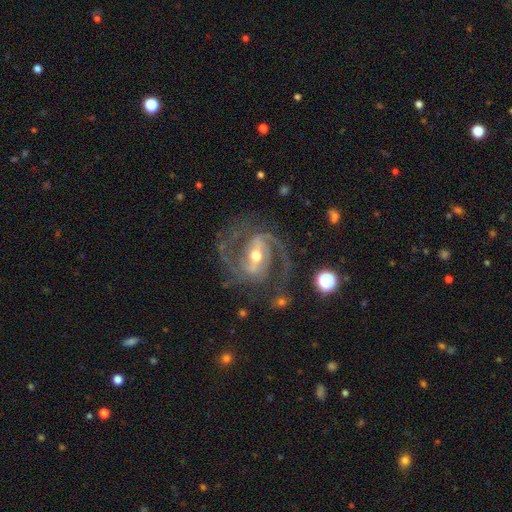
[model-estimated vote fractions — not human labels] Smooth or featured?
  - featured or disk: 92% *
  - star or artifact: 5%
  - smooth: 3%
Edge-on disk?
  - no: 97% *
  - yes: 3%
Bar?
  - strong: 52% *
  - weak: 35%
  - no: 13%
Spiral arms?
  - yes: 98% *
  - no: 2%
Spiral winding?
  - medium: 62% *
  - tight: 27%
  - loose: 12%
Spiral arm count?
  - 2: 88% *
  - 3: 5%
  - can't tell: 2%
  - 1: 1%
  - 4: 1%
  - more than 4: 1%
Bulge size?
  - moderate: 63% *
  - small: 30%
  - large: 5%
  - none: 1%
  - dominant: 1%
Merging?
  - none: 76% *
  - minor disturbance: 14%
  - major disturbance: 8%
  - merger: 2%